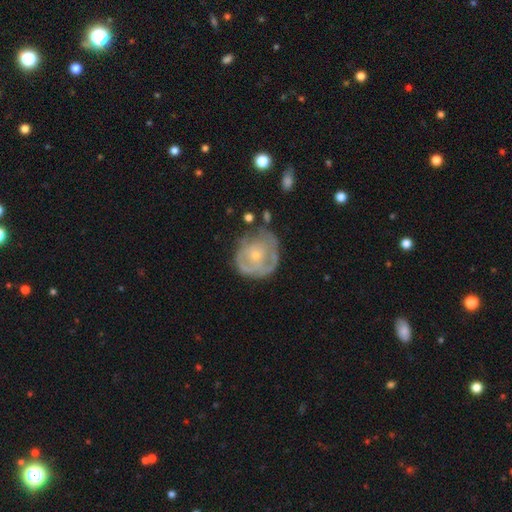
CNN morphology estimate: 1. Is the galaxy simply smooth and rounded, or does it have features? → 65% featured or disk, 28% smooth, 6% star or artifact.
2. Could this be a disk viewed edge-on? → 97% no, 3% yes.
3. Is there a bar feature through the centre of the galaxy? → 85% no, 13% weak, 2% strong.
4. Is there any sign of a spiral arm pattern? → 56% yes, 44% no.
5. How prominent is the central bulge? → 70% small, 26% moderate, 2% none, 1% large, 1% dominant.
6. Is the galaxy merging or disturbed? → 50% none, 28% minor disturbance, 19% major disturbance, 3% merger.